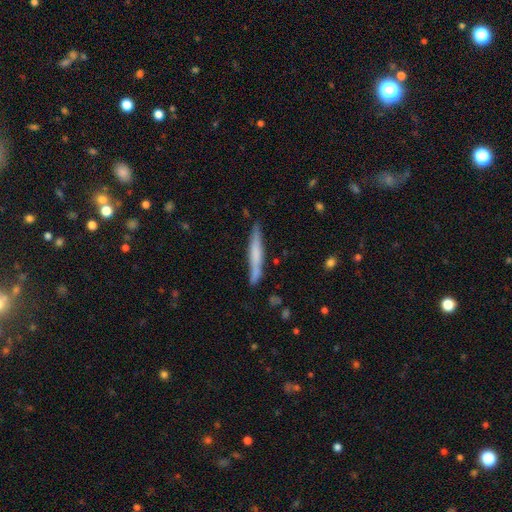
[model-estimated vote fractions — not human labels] Smooth or featured? Predicted: smooth (p=0.52). How rounded? Predicted: cigar-shaped (p=0.95). Merging? Predicted: none (p=0.81).